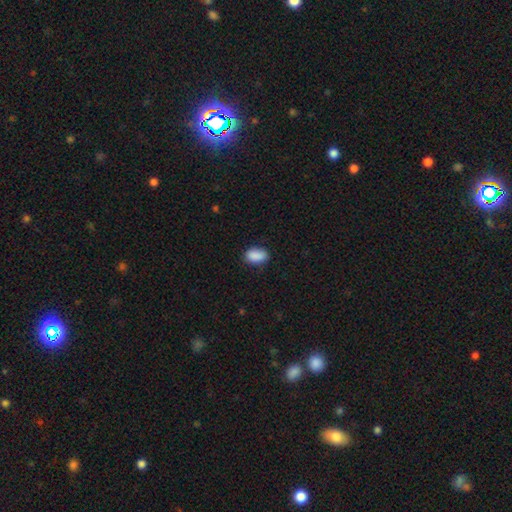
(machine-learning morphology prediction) Smooth or featured? smooth (89%)
How rounded? in between (90%)
Merging? none (81%)